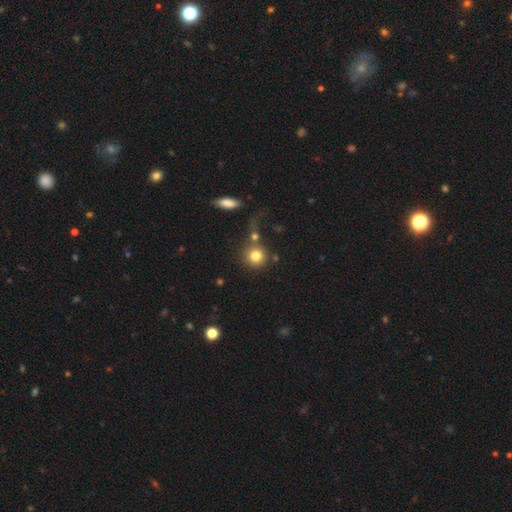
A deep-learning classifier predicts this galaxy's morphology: smooth 80%, star or artifact 10%, featured or disk 10%. Down the decision tree: how rounded — round (91%); merging — none (63%).